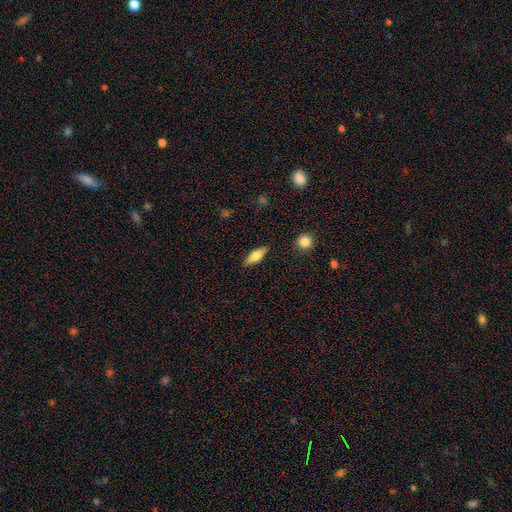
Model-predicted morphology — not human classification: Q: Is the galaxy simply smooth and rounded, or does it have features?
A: smooth — 69%.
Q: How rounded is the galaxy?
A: in between — 64%.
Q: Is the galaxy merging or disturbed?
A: none — 85%.